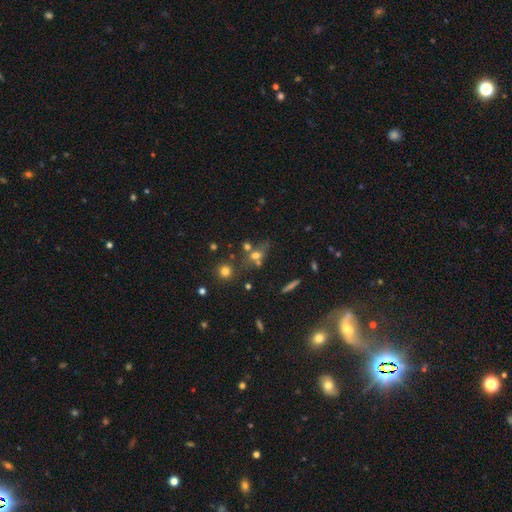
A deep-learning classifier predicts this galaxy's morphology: Overall: smooth (54%; featured or disk 25%). How rounded: in between (48%; round 41%). Merging: none (41%; merger 36%).